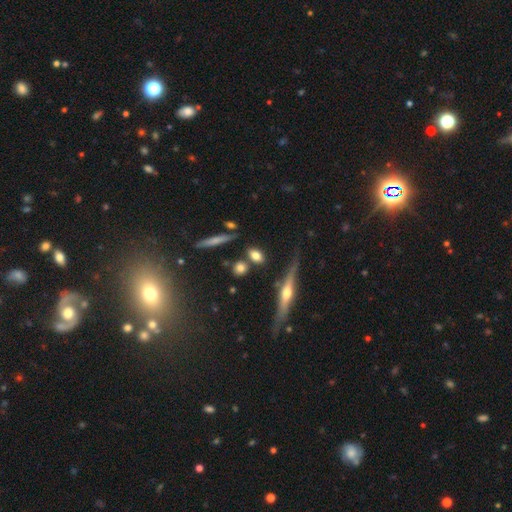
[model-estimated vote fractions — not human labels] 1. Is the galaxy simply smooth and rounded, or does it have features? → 73% smooth, 18% featured or disk, 8% star or artifact.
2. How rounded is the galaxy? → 71% in between, 16% round, 13% cigar-shaped.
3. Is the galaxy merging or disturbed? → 75% none, 13% minor disturbance, 7% merger, 4% major disturbance.